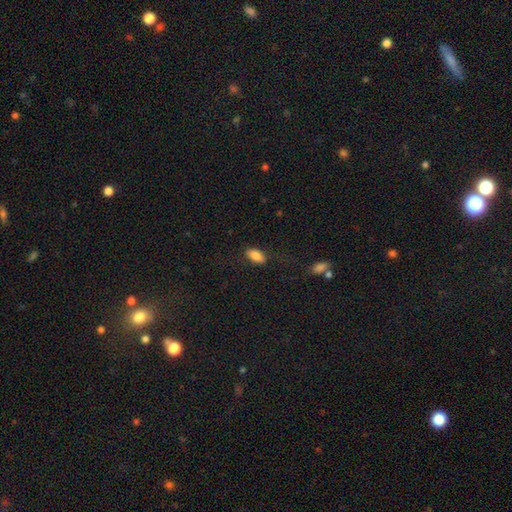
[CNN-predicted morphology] A smooth galaxy with no disk features (84%) that is in between round and cigar-shaped (90%).

Vote fractions:
- Smooth or featured? smooth: 84% / featured or disk: 8% / star or artifact: 8%
- How rounded? in between: 90% / cigar-shaped: 6% / round: 4%
- Merging? none: 81% / minor disturbance: 13% / major disturbance: 5% / merger: 2%